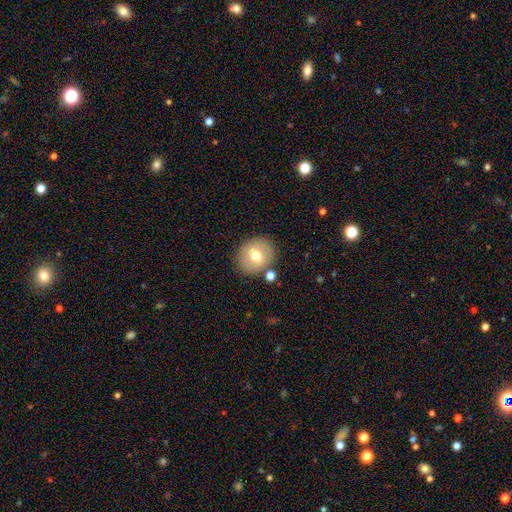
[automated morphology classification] A smooth galaxy with no disk features (64%) that is round (75%). Merging: none (81%).